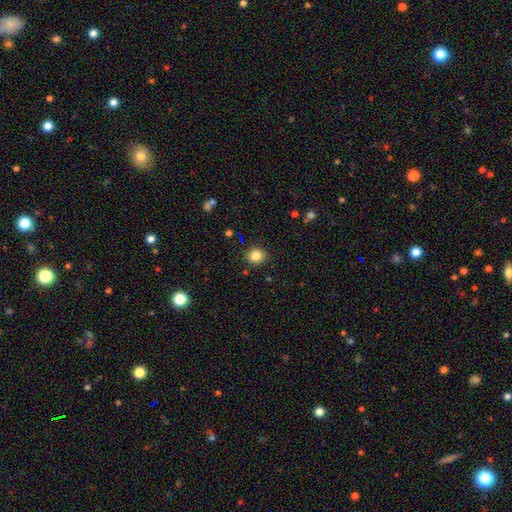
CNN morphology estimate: smooth_or_featured: smooth (p=0.83) [alt: star or artifact p=0.11]
how_rounded: round (p=0.83) [alt: in between p=0.16]
merging: none (p=0.89) [alt: minor disturbance p=0.08]